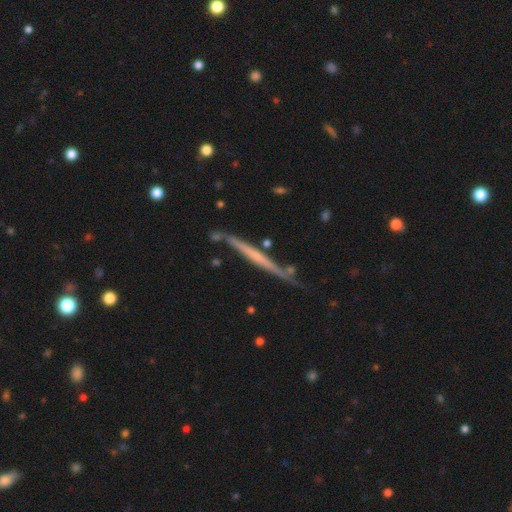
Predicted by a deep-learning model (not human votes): smooth-or-featured: featured or disk: 62% | smooth: 32% | star or artifact: 6%
  disk-edge-on: yes: 96% | no: 4%
    edge-on-bulge: none: 78% | rounded: 14% | boxy: 8%
  merging: none: 78% | minor disturbance: 15% | merger: 4% | major disturbance: 3%